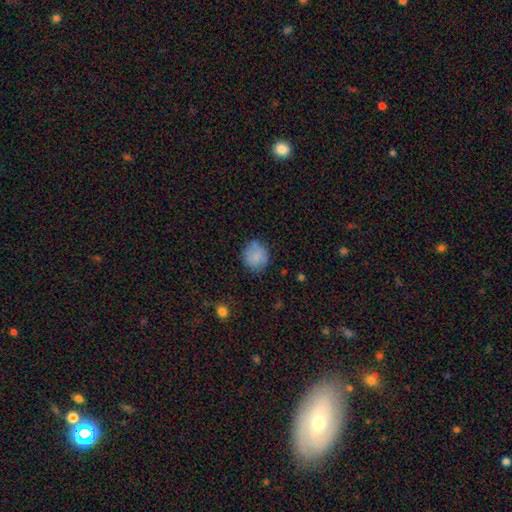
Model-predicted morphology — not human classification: Smooth or featured: smooth — 82% (featured or disk — 10%)
How rounded: round — 84% (in between — 15%)
Merging: none — 76% (minor disturbance — 17%)